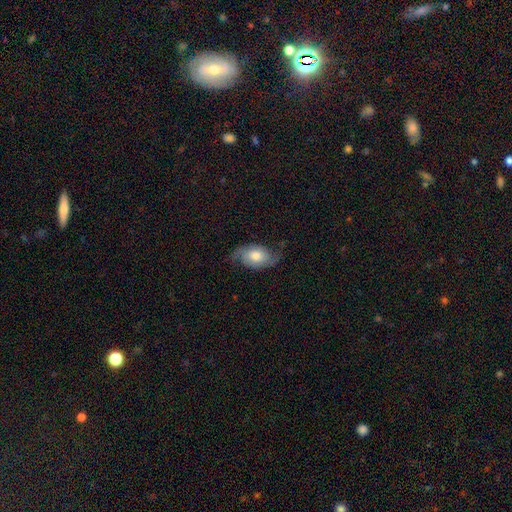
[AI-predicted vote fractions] The model was most divided on "spiral winding": loose: 44%, medium: 38%, tight: 18%. More confident: edge-on disk — no (95%); spiral arms — yes (92%); spiral arm count — 2 (89%); bar — no (74%); smooth or featured — featured or disk (68%); merging — none (68%); bulge size — moderate (60%).